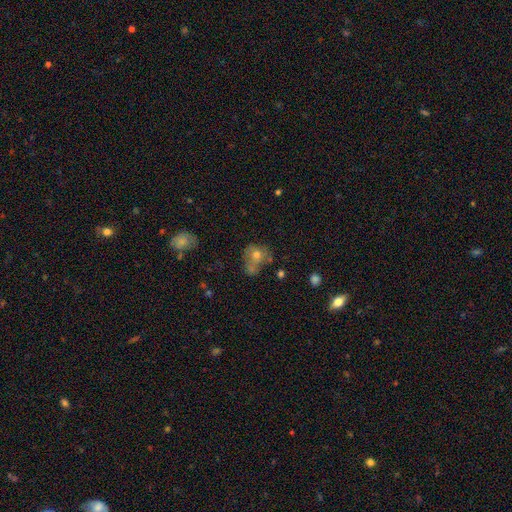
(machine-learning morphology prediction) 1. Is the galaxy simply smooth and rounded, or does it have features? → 54% smooth, 28% featured or disk, 18% star or artifact.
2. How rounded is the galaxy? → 64% round, 35% in between, 1% cigar-shaped.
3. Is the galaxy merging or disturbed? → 42% none, 26% merger, 19% minor disturbance, 12% major disturbance.